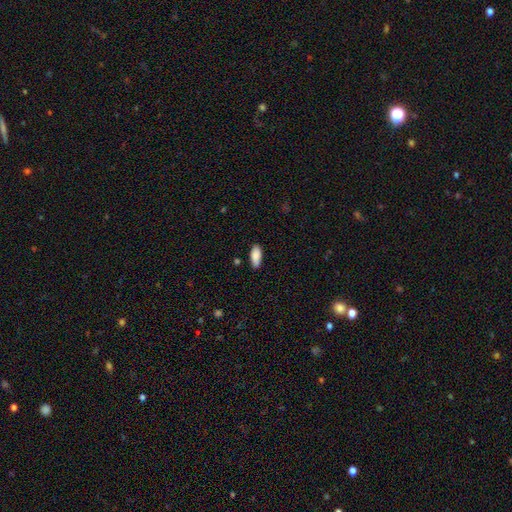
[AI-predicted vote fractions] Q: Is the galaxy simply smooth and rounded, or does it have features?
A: smooth — 89%.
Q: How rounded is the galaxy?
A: in between — 86%.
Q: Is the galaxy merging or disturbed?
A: none — 82%.